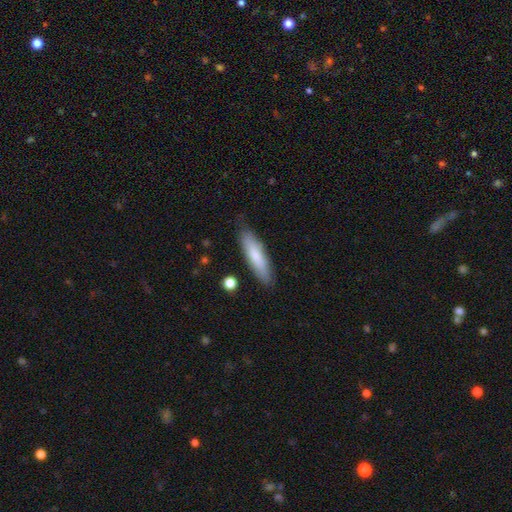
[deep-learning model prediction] The model was most divided on "how rounded": cigar-shaped: 68%, in between: 31%, round: 2%. More confident: merging — none (83%); smooth or featured — smooth (77%).